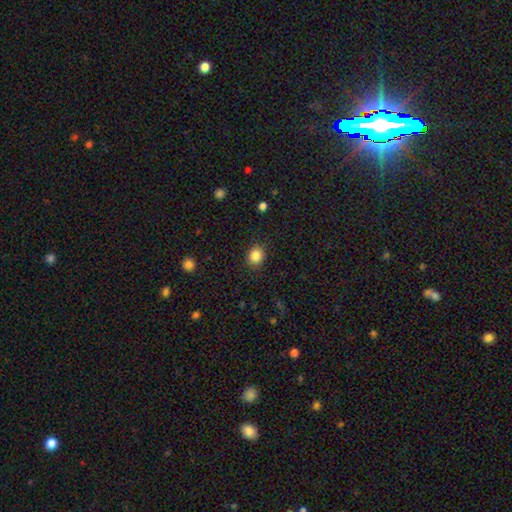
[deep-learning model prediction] Smooth or featured?
  - smooth: 86% *
  - star or artifact: 10%
  - featured or disk: 4%
How rounded?
  - round: 75% *
  - in between: 25%
  - cigar-shaped: 1%
Merging?
  - none: 88% *
  - minor disturbance: 8%
  - major disturbance: 3%
  - merger: 1%